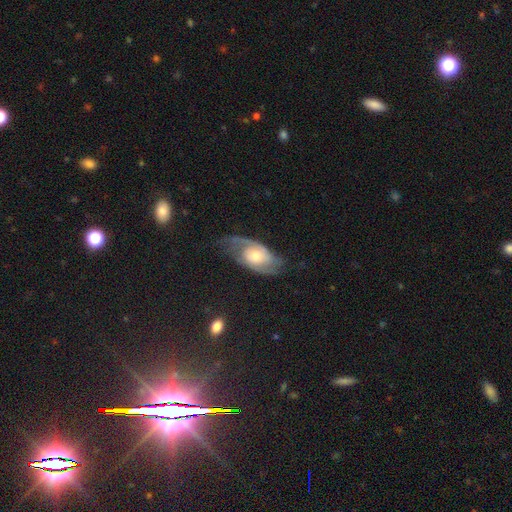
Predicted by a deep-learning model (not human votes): Smooth or featured: featured or disk — 71% (smooth — 23%)
Edge-on disk: no — 93% (yes — 7%)
Bar: no — 70% (weak — 26%)
Spiral arms: yes — 90% (no — 10%)
Spiral winding: medium — 43% (loose — 31%)
Spiral arm count: 2 — 71% (can't tell — 13%)
Bulge size: moderate — 59% (small — 22%)
Merging: none — 50% (minor disturbance — 26%)